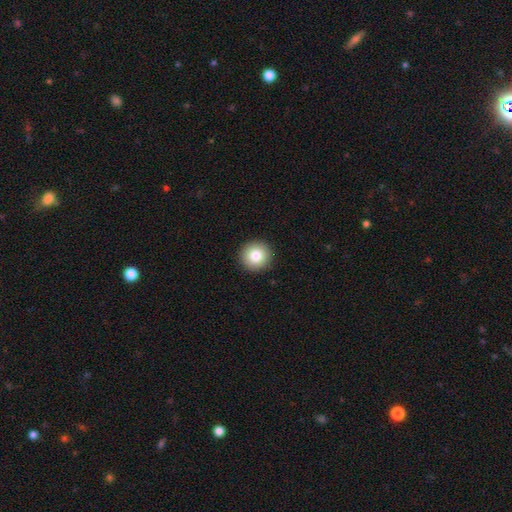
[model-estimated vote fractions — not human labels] Smooth or featured? Predicted: smooth (p=0.82). How rounded? Predicted: round (p=0.95). Merging? Predicted: none (p=0.93).